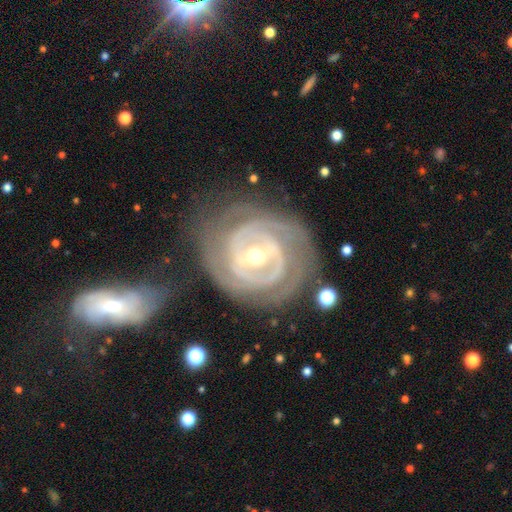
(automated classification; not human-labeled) Smooth or featured? Predicted: featured or disk (p=0.89). Edge-on disk? Predicted: no (p=0.97). Bar? Predicted: weak (p=0.41). Spiral arms? Predicted: yes (p=0.94). Spiral winding? Predicted: tight (p=0.76). Spiral arm count? Predicted: 2 (p=0.35). Bulge size? Predicted: small (p=0.51). Merging? Predicted: none (p=0.65).